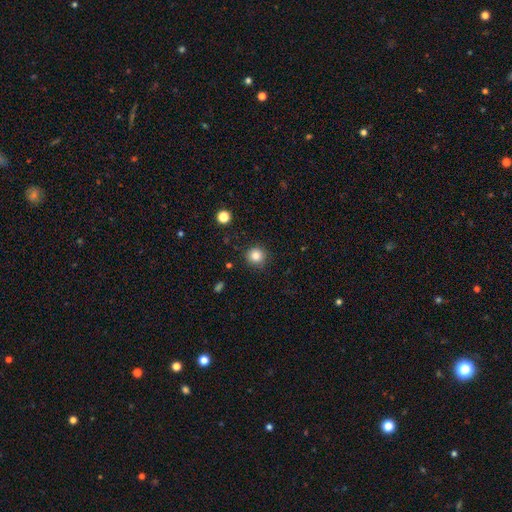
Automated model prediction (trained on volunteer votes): smooth 82%, star or artifact 12%, featured or disk 6%. Down the decision tree: how rounded — round (94%); merging — none (90%).